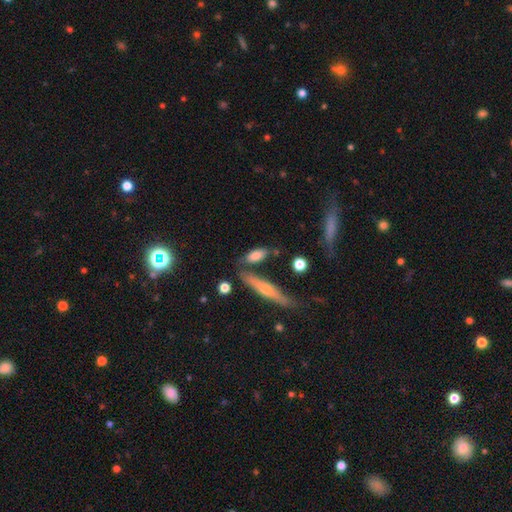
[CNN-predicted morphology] smooth 75%, featured or disk 18%, star or artifact 7%. Down the decision tree: how rounded — in between (70%); merging — none (62%).